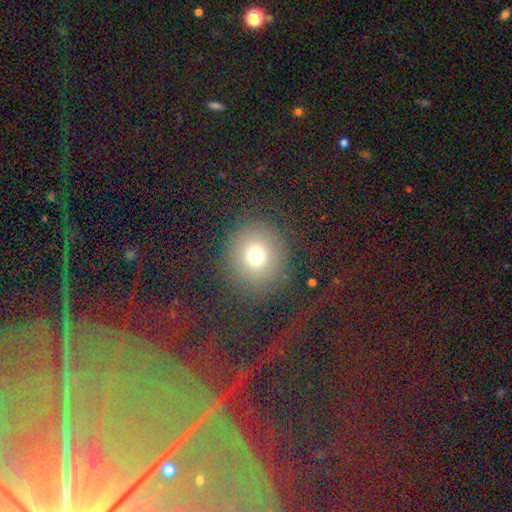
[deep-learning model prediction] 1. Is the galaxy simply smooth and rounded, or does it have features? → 71% smooth, 18% star or artifact, 11% featured or disk.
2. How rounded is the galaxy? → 90% round, 9% in between, 1% cigar-shaped.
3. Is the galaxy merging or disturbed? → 80% none, 9% major disturbance, 9% minor disturbance, 2% merger.